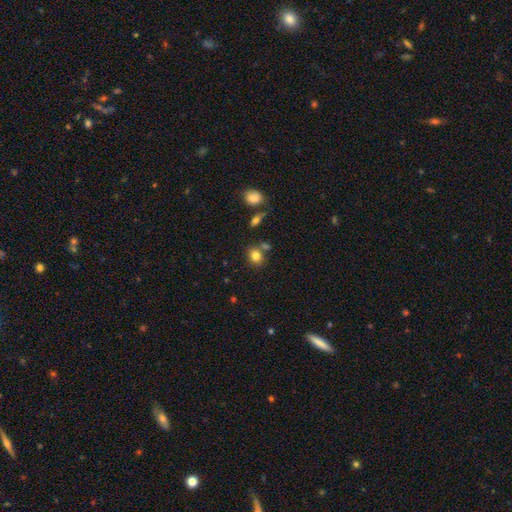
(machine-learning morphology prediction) smooth-or-featured: smooth: 82% | star or artifact: 11% | featured or disk: 8%
  how-rounded: round: 53% | in between: 46% | cigar-shaped: 1%
  merging: none: 69% | merger: 14% | minor disturbance: 13% | major disturbance: 4%